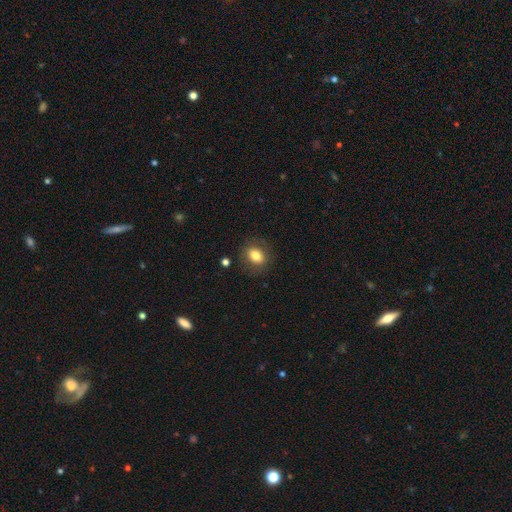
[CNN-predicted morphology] A smooth galaxy with no disk features (79%) that is in between round and cigar-shaped (57%). Merging: none (84%).